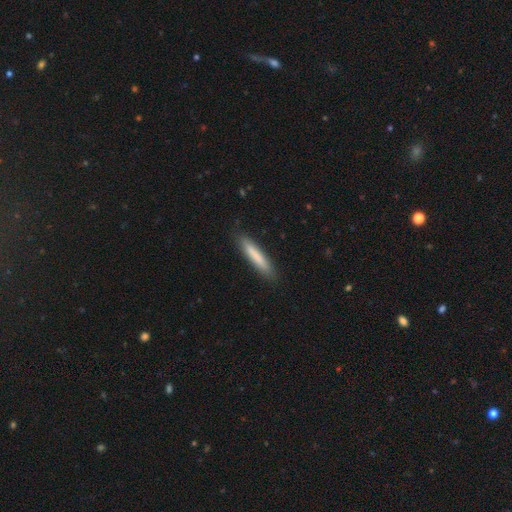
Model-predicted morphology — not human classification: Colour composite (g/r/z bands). It shows a smooth galaxy with no disk features (80%) that is cigar-shaped (91%). Merging: none (88%).